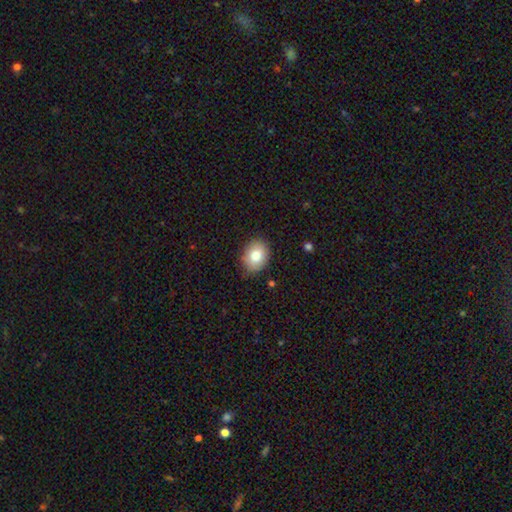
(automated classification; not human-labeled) Smooth or featured? smooth (81%)
How rounded? in between (59%)
Merging? none (83%)